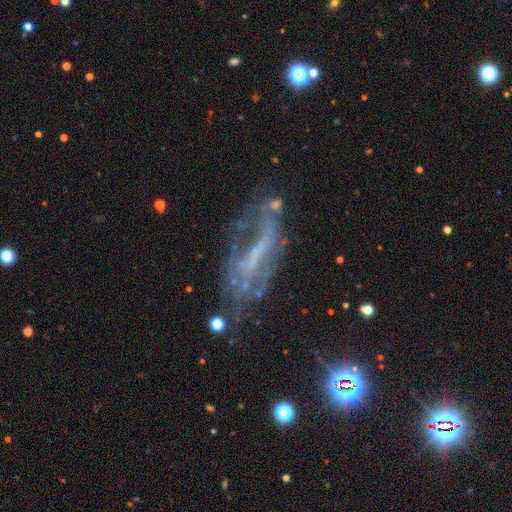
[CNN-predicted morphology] smooth-or-featured: featured or disk: 66% | smooth: 17% | star or artifact: 17%
  disk-edge-on: no: 78% | yes: 22%
    bar: strong: 37% | no: 32% | weak: 30%
    has-spiral-arms: yes: 54% | no: 46%
    bulge-size: none: 58% | small: 25% | moderate: 13% | large: 2% | dominant: 1%
  merging: none: 49% | major disturbance: 23% | minor disturbance: 23% | merger: 5%